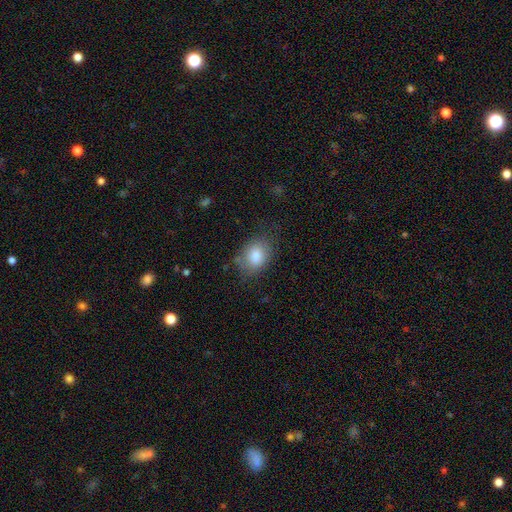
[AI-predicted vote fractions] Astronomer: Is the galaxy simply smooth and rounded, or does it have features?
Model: smooth — 82%.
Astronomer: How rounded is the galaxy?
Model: in between — 74%.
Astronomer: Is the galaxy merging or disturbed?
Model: none — 72%.